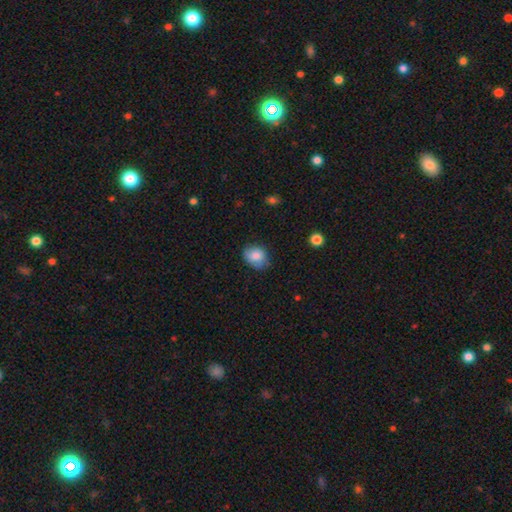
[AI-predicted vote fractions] A smooth galaxy with no disk features (80%) that is round (50%).

Vote fractions:
- Smooth or featured? smooth: 80% / featured or disk: 12% / star or artifact: 8%
- How rounded? round: 50% / in between: 49% / cigar-shaped: 1%
- Merging? none: 71% / minor disturbance: 23% / major disturbance: 4% / merger: 1%